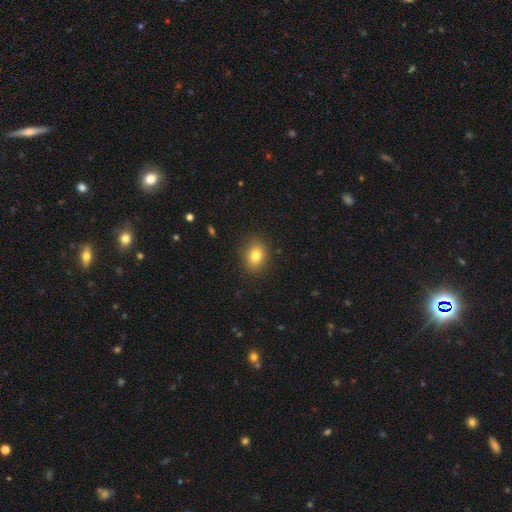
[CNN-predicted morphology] This appears to be a smooth galaxy with no disk features (81%) that is in between round and cigar-shaped (55%). Merging: none (87%).